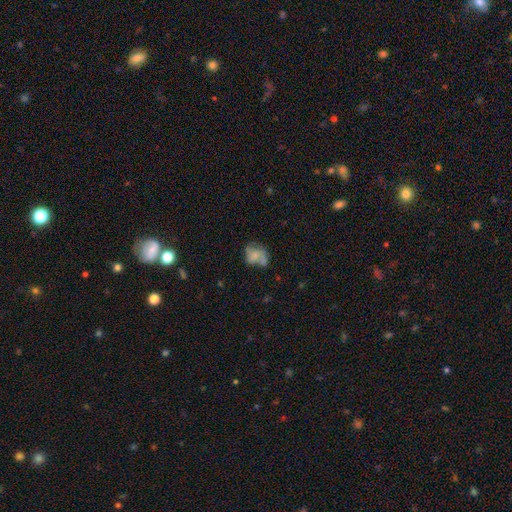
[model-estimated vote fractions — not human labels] smooth 47%, featured or disk 42%, star or artifact 11%. Down the decision tree: merging — none (39%).